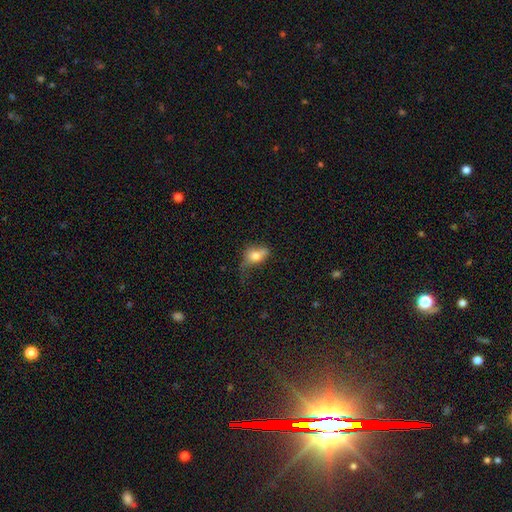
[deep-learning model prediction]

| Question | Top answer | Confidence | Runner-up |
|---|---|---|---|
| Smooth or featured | smooth | 70% | featured or disk (20%) |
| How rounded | in between | 77% | round (17%) |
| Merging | major disturbance | 37% | minor disturbance (32%) |